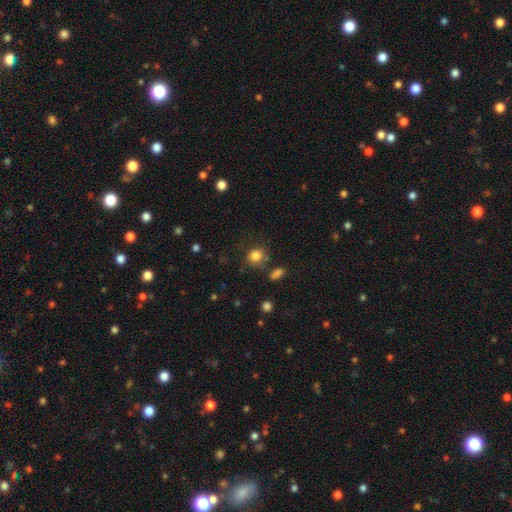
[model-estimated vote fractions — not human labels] A smooth galaxy with no disk features (83%) that is round (76%).

Vote fractions:
- Smooth or featured? smooth: 83% / star or artifact: 11% / featured or disk: 5%
- How rounded? round: 76% / in between: 22% / cigar-shaped: 1%
- Merging? none: 72% / minor disturbance: 15% / merger: 7% / major disturbance: 6%